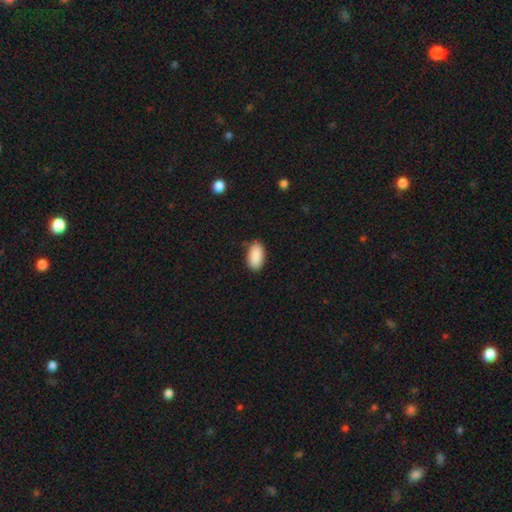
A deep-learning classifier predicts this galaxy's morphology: This appears to be a smooth galaxy with no disk features (90%) that is in between round and cigar-shaped (95%). Merging: none (83%).